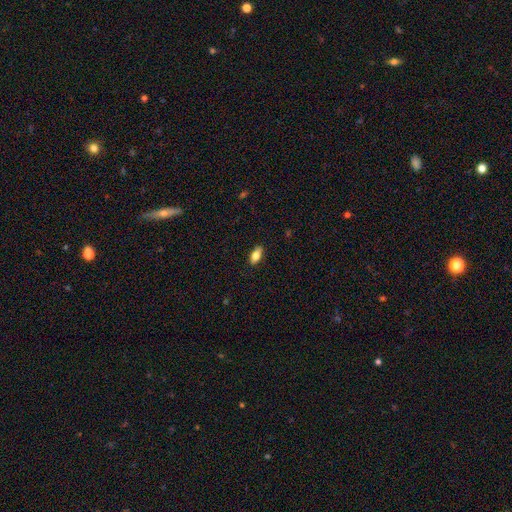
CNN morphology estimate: smooth_or_featured: smooth (p=0.73) [alt: featured or disk p=0.20]
how_rounded: in between (p=0.83) [alt: cigar-shaped p=0.13]
merging: none (p=0.87) [alt: minor disturbance p=0.10]